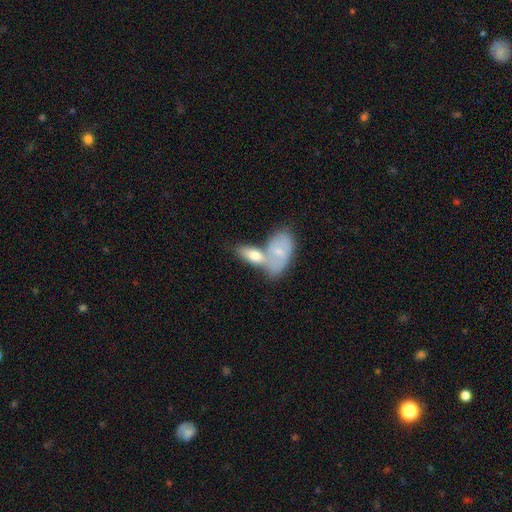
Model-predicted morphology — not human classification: This is likely a smooth galaxy (67%). How rounded: clearly in between (85%). Merging: possibly merger (58%).